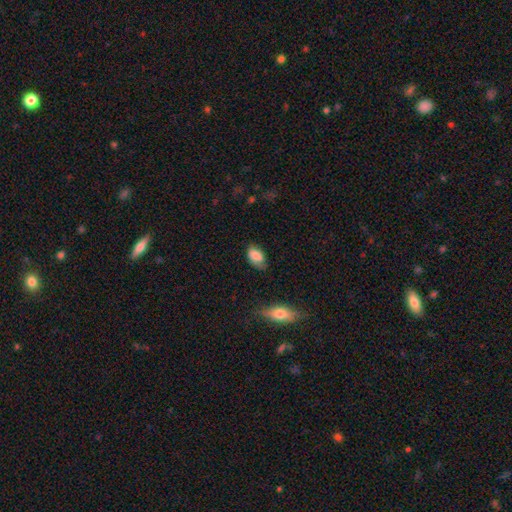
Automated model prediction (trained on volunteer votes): Smooth or featured?
  - smooth: 81% *
  - featured or disk: 12%
  - star or artifact: 8%
How rounded?
  - in between: 92% *
  - round: 6%
  - cigar-shaped: 2%
Merging?
  - none: 66% *
  - minor disturbance: 27%
  - major disturbance: 5%
  - merger: 2%